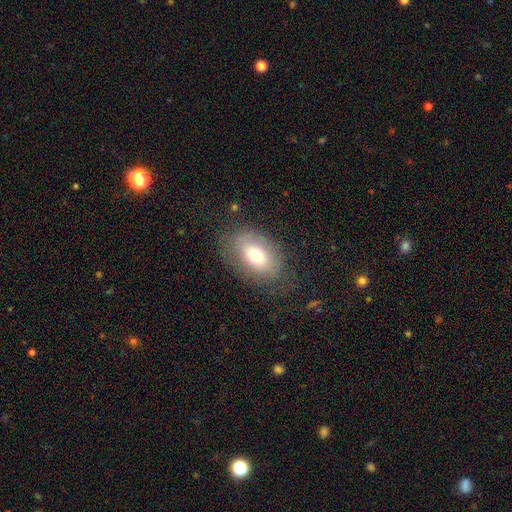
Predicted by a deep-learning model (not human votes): smooth_or_featured: smooth (p=0.69) [alt: featured or disk p=0.21]
how_rounded: in between (p=0.85) [alt: round p=0.14]
merging: none (p=0.71) [alt: minor disturbance p=0.18]